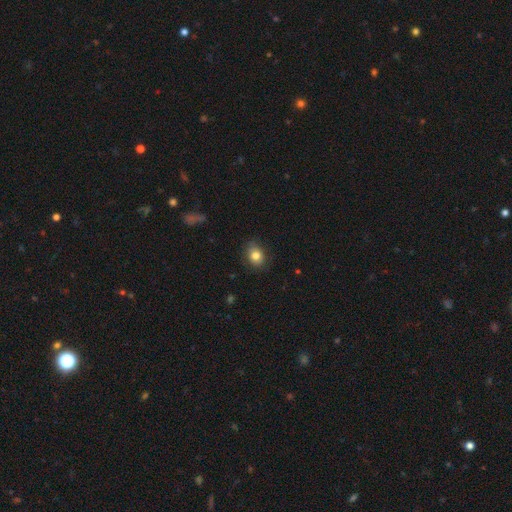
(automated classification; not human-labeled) The model was most divided on "how rounded": round: 51%, in between: 48%, cigar-shaped: 1%. More confident: smooth or featured — smooth (81%); merging — none (80%).